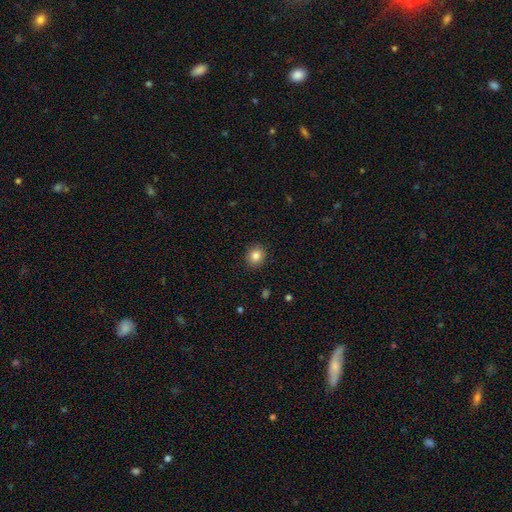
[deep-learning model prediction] A smooth galaxy with no disk features (85%) that is round (86%). Merging: none (91%).